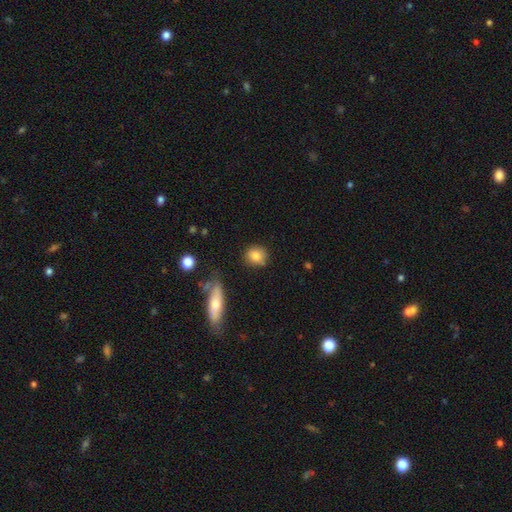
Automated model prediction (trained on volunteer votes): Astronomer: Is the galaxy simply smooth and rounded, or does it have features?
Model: smooth — 83%.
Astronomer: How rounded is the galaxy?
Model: round — 73%.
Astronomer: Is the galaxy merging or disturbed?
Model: none — 81%.